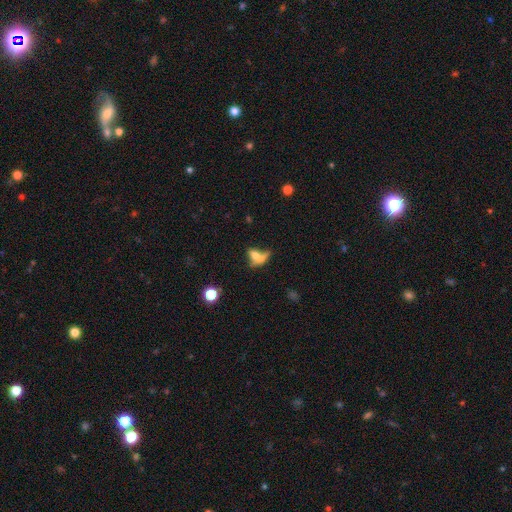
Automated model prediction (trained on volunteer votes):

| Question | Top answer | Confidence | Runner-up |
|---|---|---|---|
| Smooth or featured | smooth | 59% | featured or disk (28%) |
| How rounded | in between | 59% | round (23%) |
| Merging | merger | 46% | none (27%) |